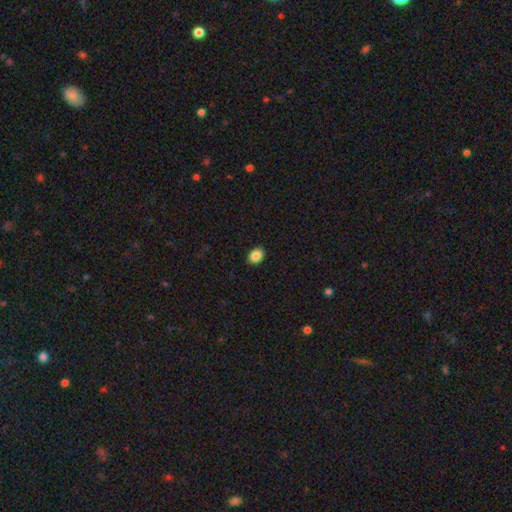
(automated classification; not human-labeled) This is clearly a smooth galaxy (87%). How rounded: likely in between (74%). Merging: clearly none (89%).